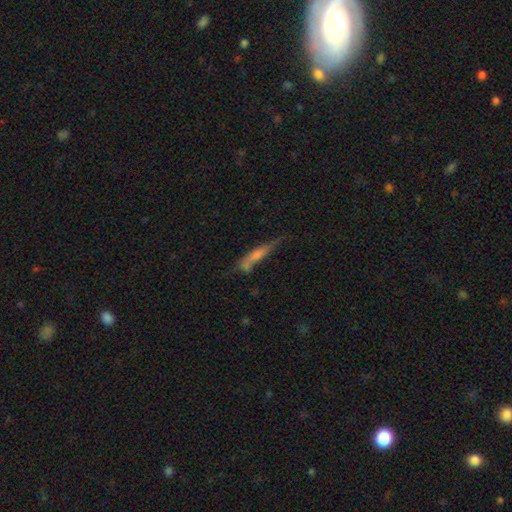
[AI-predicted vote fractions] smooth_or_featured: smooth (p=0.52) [alt: featured or disk p=0.39]
how_rounded: cigar-shaped (p=0.86) [alt: in between p=0.12]
merging: none (p=0.51) [alt: minor disturbance p=0.23]